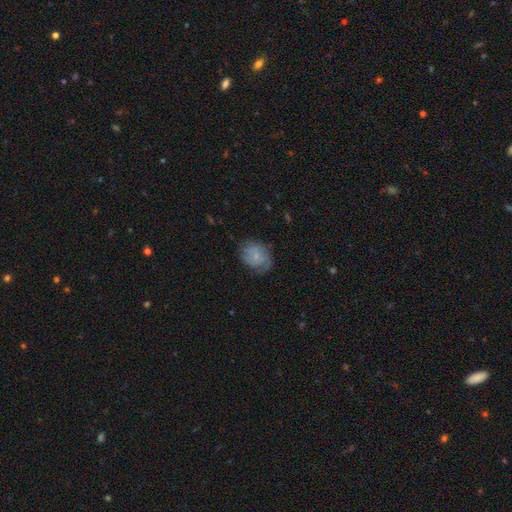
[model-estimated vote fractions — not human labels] smooth 48%, featured or disk 44%, star or artifact 8%. Down the decision tree: merging — none (59%).